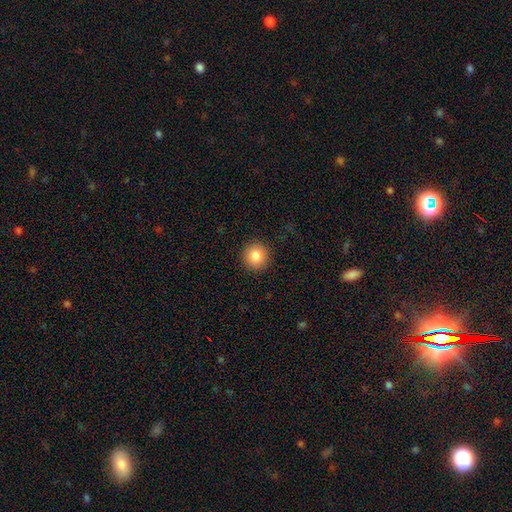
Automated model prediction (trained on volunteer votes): smooth 85%, star or artifact 9%, featured or disk 6%. Down the decision tree: how rounded — round (93%); merging — none (92%).